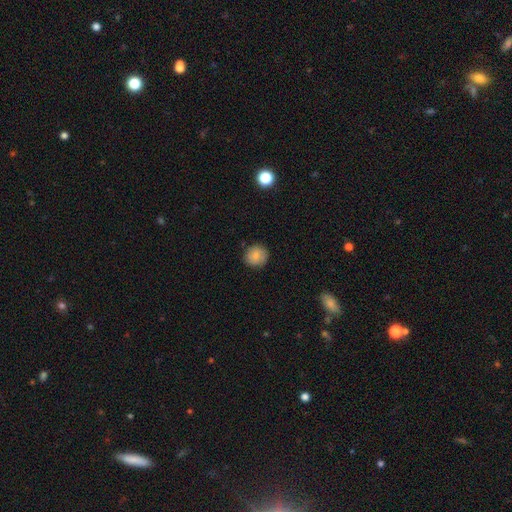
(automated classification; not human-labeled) Overall: smooth (79%). How rounded: round (90%). Merging: none (86%).